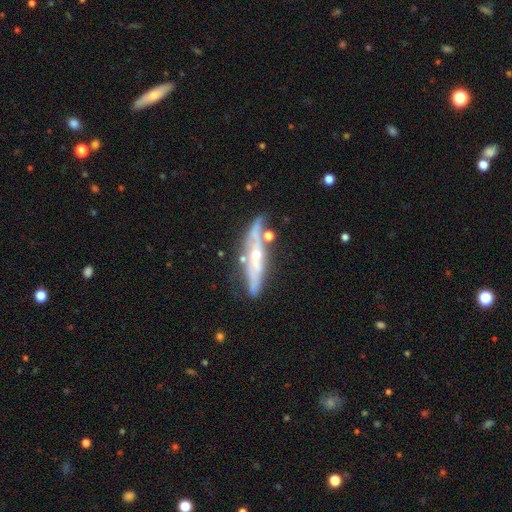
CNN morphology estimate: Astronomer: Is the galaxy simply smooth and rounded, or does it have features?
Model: featured or disk — 74%.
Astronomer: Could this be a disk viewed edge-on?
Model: yes — 73%.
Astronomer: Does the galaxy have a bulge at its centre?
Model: rounded — 79%.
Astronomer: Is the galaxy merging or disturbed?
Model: none — 67%.